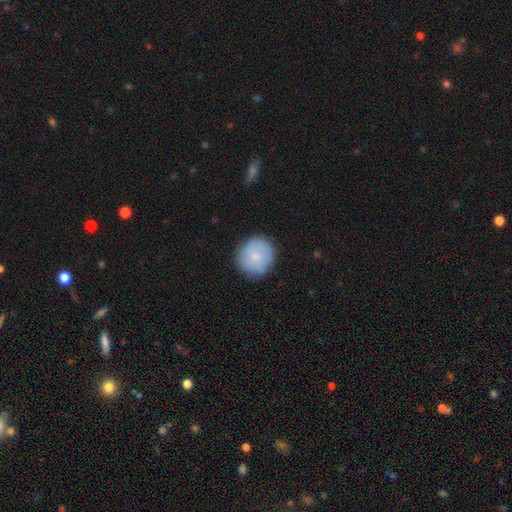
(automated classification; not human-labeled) The model was most divided on "smooth or featured": smooth: 80%, featured or disk: 14%, star or artifact: 6%. More confident: how rounded — round (94%); merging — none (86%).